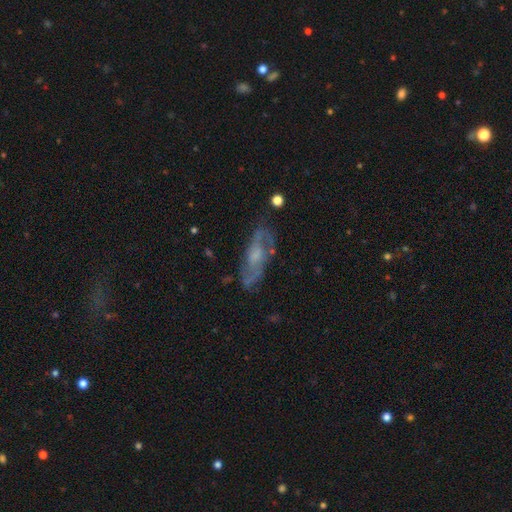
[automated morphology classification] This appears to be a featured or disk galaxy (75%) with no bar (59%), 2 (66%) medium (48%) spiral arms (83%) and a moderate central bulge (37%). Merging: none (72%).